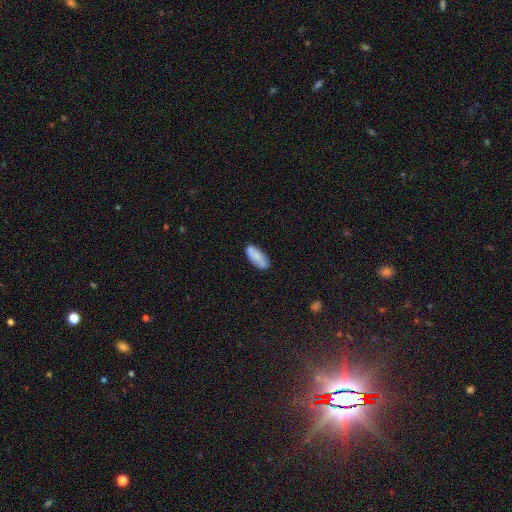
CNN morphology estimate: The model was most divided on "how rounded": in between: 80%, cigar-shaped: 18%, round: 2%. More confident: smooth or featured — smooth (81%); merging — none (81%).